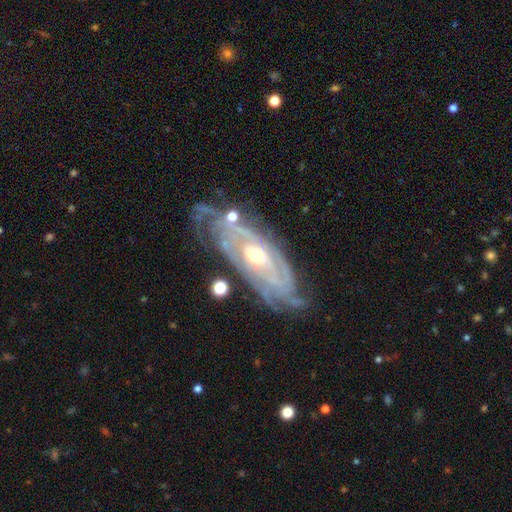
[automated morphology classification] The model was most divided on "bulge size": moderate: 52%, small: 45%, large: 2%, none: 1%, dominant: 1%. Remaining: spiral arms — yes (97%); edge-on disk — no (91%); smooth or featured — featured or disk (90%); spiral winding — tight (79%); merging — none (69%); bar — no (63%); spiral arm count — can't tell (33%).